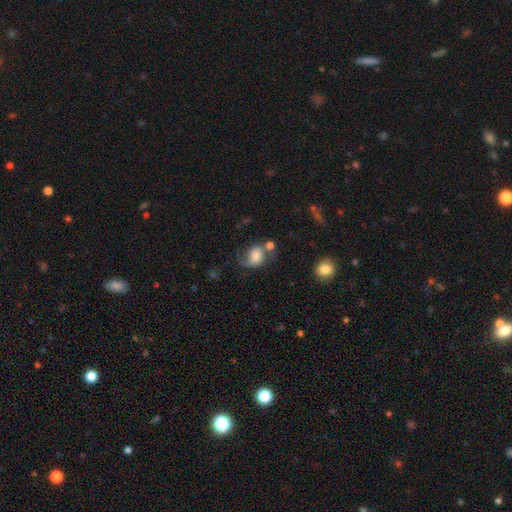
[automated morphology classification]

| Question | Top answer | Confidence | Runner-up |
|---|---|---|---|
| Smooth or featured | featured or disk | 47% | smooth (44%) |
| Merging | none | 40% | minor disturbance (21%) |